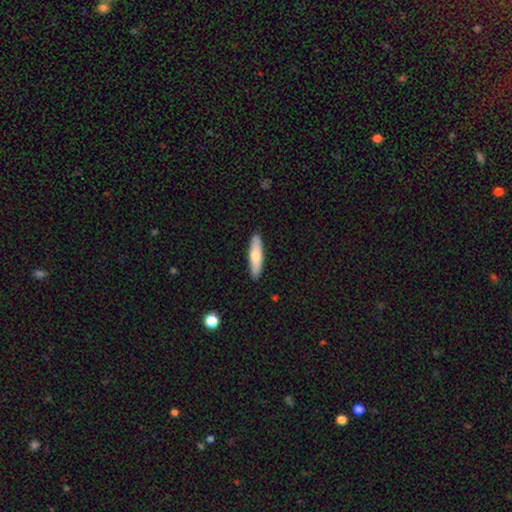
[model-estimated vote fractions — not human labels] This is likely a smooth galaxy (70%). How rounded: likely cigar-shaped (74%). Merging: clearly none (90%).